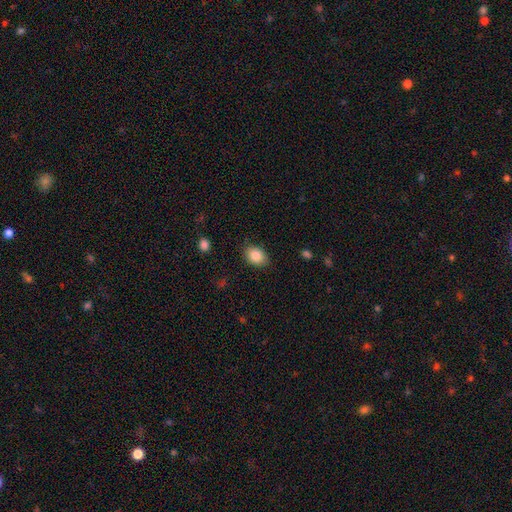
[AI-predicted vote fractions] Smooth or featured? Predicted: smooth (p=0.86). How rounded? Predicted: in between (p=0.76). Merging? Predicted: none (p=0.84).